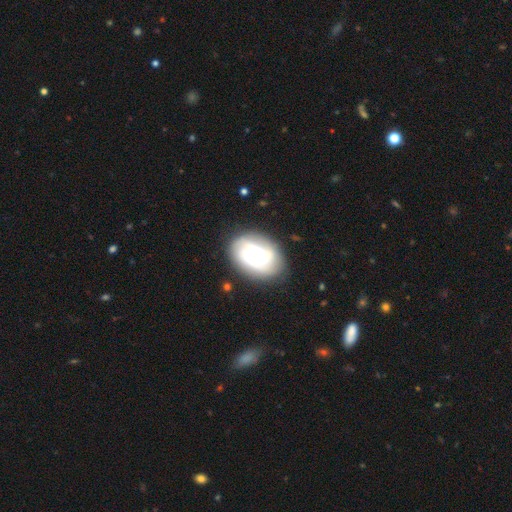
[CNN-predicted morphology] Overall: featured or disk (66%; smooth 27%). Edge-on disk: no (97%). Bar: no (71%). Spiral arms: yes (91%). Spiral arm count: can't tell (32%; 3 28%). Spiral winding: tight (57%; medium 33%). Bulge size: moderate (40%, tied with small). Merging: none (78%).